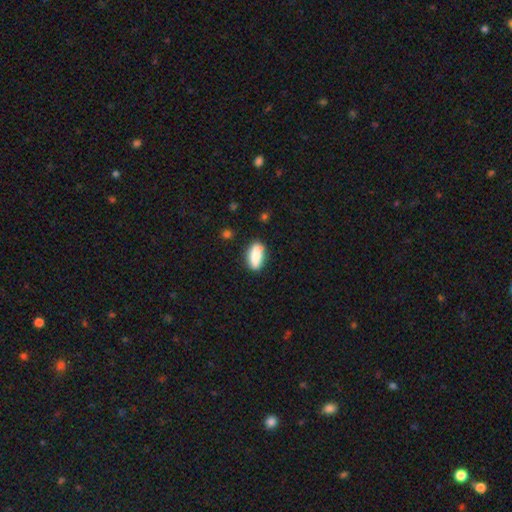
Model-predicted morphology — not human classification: A smooth galaxy with no disk features (82%) that is in between round and cigar-shaped (82%). Merging: none (75%).